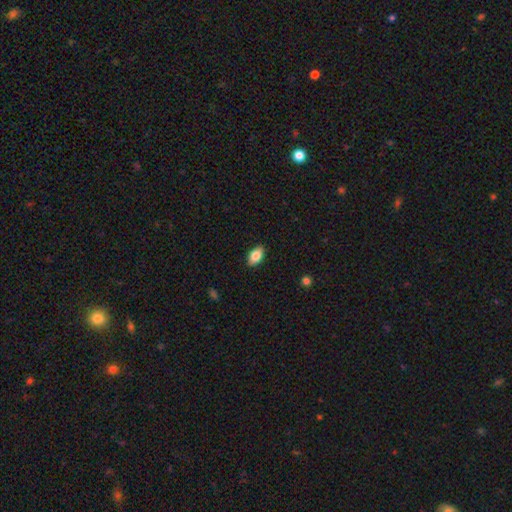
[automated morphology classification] Smooth or featured? Predicted: smooth (p=0.83). How rounded? Predicted: in between (p=0.92). Merging? Predicted: none (p=0.88).